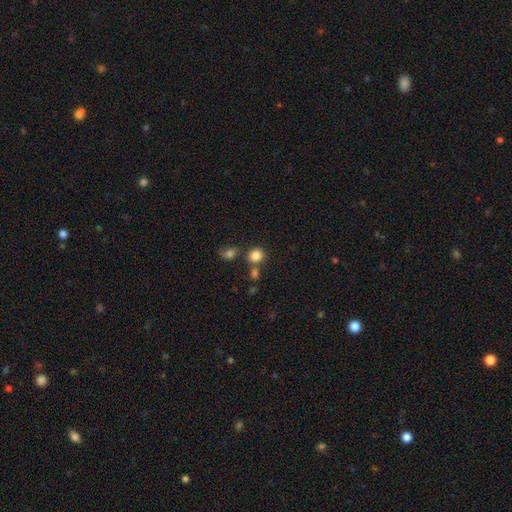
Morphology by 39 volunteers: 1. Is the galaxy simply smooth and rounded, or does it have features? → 95% smooth, 3% featured or disk, 3% star or artifact.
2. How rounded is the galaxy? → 84% round, 14% in between, 3% cigar-shaped.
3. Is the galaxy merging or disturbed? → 53% none, 29% merger, 16% minor disturbance, 3% major disturbance.